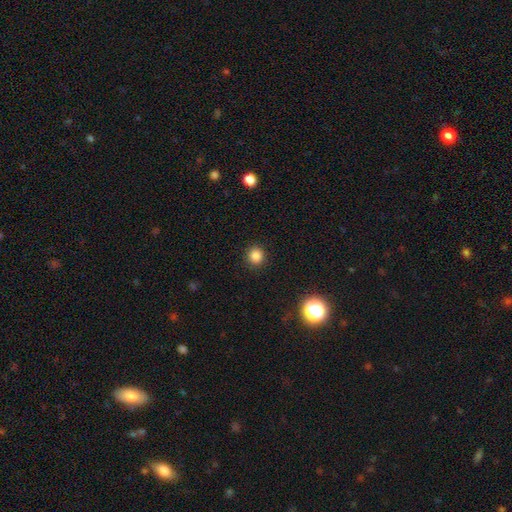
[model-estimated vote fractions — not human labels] Smooth or featured? Predicted: smooth (p=0.84). How rounded? Predicted: round (p=0.87). Merging? Predicted: none (p=0.91).